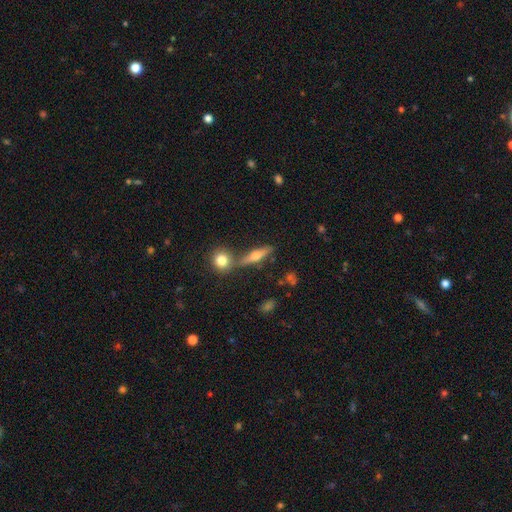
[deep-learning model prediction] The model was most divided on "smooth or featured": featured or disk: 58%, smooth: 32%, star or artifact: 9%. More confident: edge-on disk — yes (93%); edge-on bulge — rounded (92%); merging — none (72%).